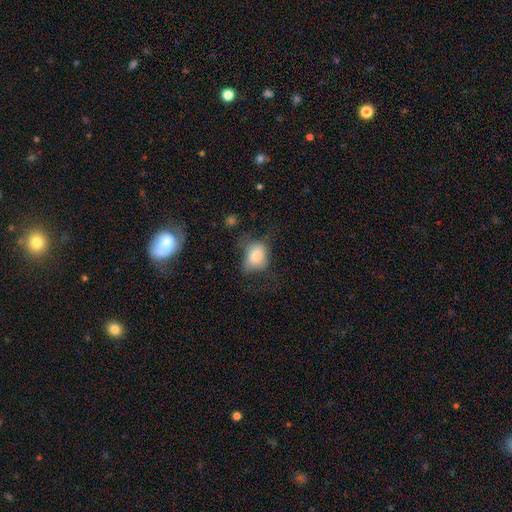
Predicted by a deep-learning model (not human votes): smooth_or_featured: smooth (p=0.78) [alt: featured or disk p=0.13]
how_rounded: in between (p=0.70) [alt: round p=0.29]
merging: none (p=0.40) [alt: minor disturbance p=0.31]